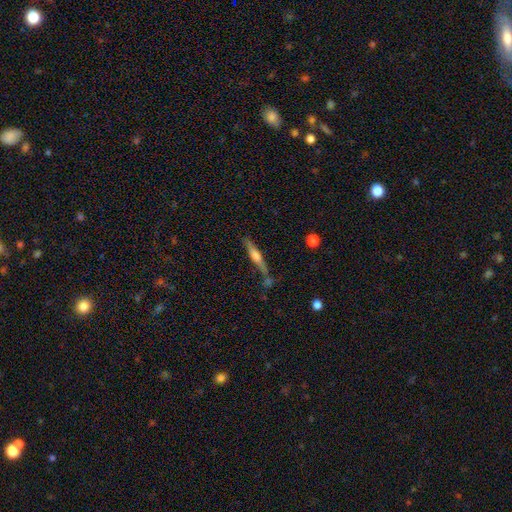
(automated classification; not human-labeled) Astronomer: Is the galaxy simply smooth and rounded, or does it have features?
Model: featured or disk — 60%.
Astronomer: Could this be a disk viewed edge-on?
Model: yes — 95%.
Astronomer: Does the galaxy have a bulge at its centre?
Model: rounded — 71%.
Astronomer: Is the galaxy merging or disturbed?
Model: none — 71%.